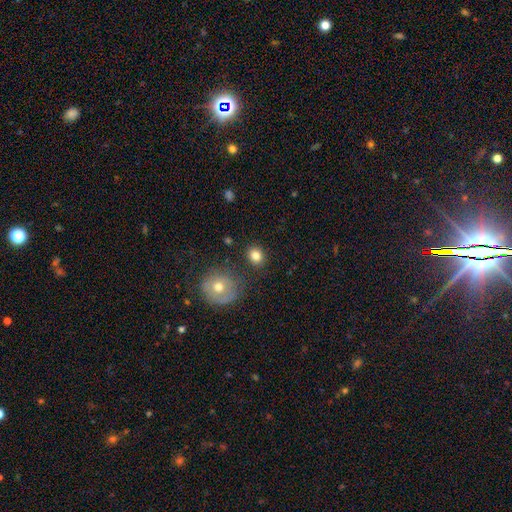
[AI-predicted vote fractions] smooth_or_featured: smooth (p=0.81) [alt: star or artifact p=0.11]
how_rounded: round (p=0.71) [alt: in between p=0.29]
merging: none (p=0.84) [alt: minor disturbance p=0.09]